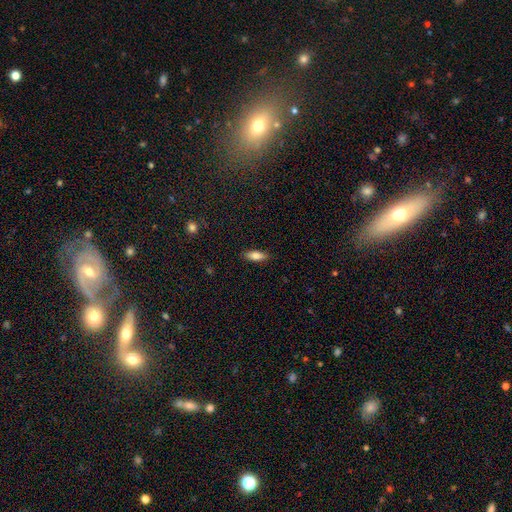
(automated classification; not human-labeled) Overall: smooth (82%). How rounded: in between (72%). Merging: none (88%).